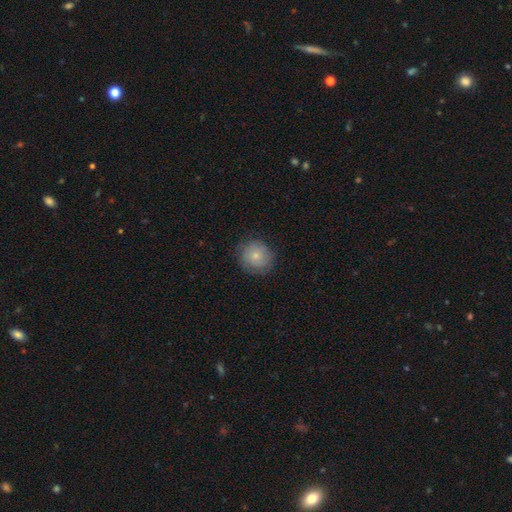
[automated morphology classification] smooth_or_featured: smooth (p=0.77) [alt: featured or disk p=0.15]
how_rounded: round (p=0.88) [alt: in between p=0.11]
merging: none (p=0.81) [alt: minor disturbance p=0.14]